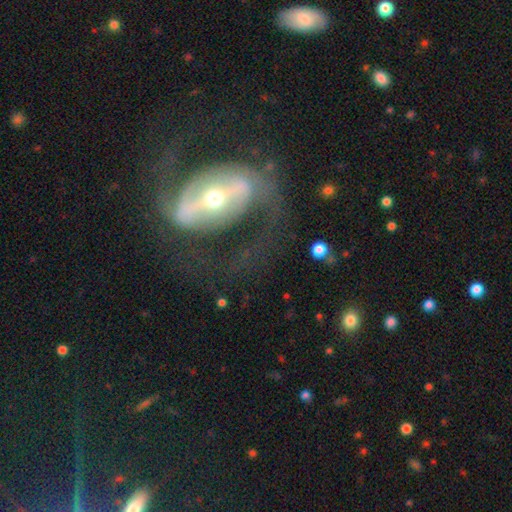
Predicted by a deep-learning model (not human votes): smooth-or-featured: featured or disk: 86% | smooth: 8% | star or artifact: 7%
  disk-edge-on: no: 94% | yes: 6%
    bar: strong: 62% | weak: 23% | no: 14%
    has-spiral-arms: yes: 87% | no: 13%
      spiral-winding: medium: 50% | loose: 34% | tight: 16%
      spiral-arm-count: 2: 90% | can't tell: 4% | 1: 3% | 3: 1% | 4: 1% | more than 4: 1%
    bulge-size: moderate: 53% | small: 40% | large: 5% | dominant: 1% | none: 1%
  merging: none: 66% | major disturbance: 19% | minor disturbance: 12% | merger: 2%